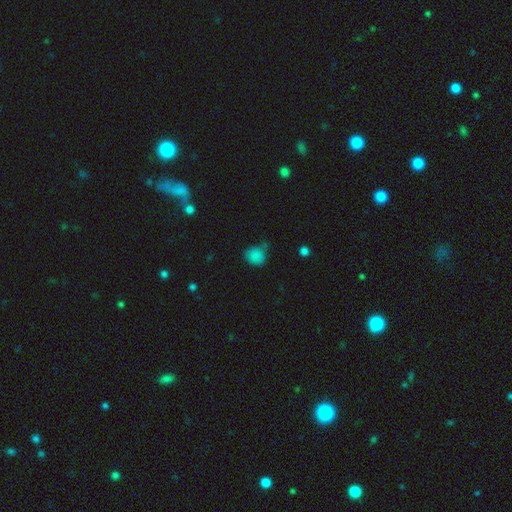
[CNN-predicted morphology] A smooth galaxy with no disk features (83%) that is round (71%).

Vote fractions:
- Smooth or featured? smooth: 83% / star or artifact: 12% / featured or disk: 5%
- How rounded? round: 71% / in between: 28% / cigar-shaped: 1%
- Merging? none: 57% / minor disturbance: 28% / major disturbance: 8% / merger: 7%